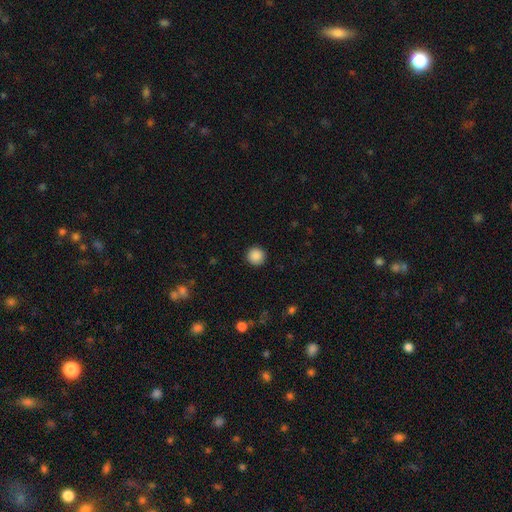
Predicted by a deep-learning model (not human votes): Smooth or featured? Predicted: smooth (p=0.88). How rounded? Predicted: round (p=0.96). Merging? Predicted: none (p=0.92).